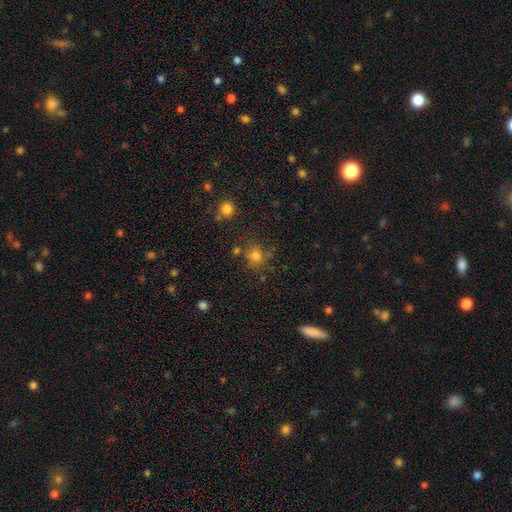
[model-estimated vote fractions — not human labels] Smooth or featured? Predicted: smooth (p=0.75). How rounded? Predicted: round (p=0.83). Merging? Predicted: none (p=0.71).